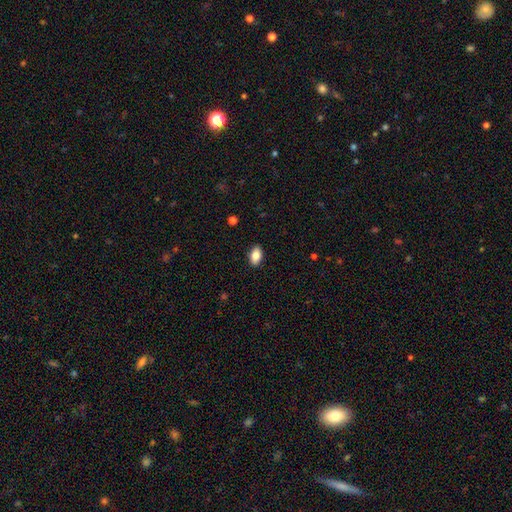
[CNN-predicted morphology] smooth_or_featured: smooth (p=0.85) [alt: star or artifact p=0.08]
how_rounded: in between (p=0.92) [alt: round p=0.06]
merging: none (p=0.89) [alt: minor disturbance p=0.08]